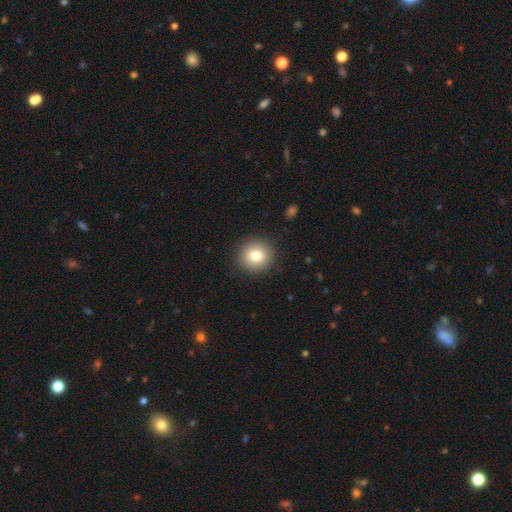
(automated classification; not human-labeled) The model was most divided on "smooth or featured": smooth: 80%, featured or disk: 10%, star or artifact: 10%. More confident: how rounded — round (91%); merging — none (91%).